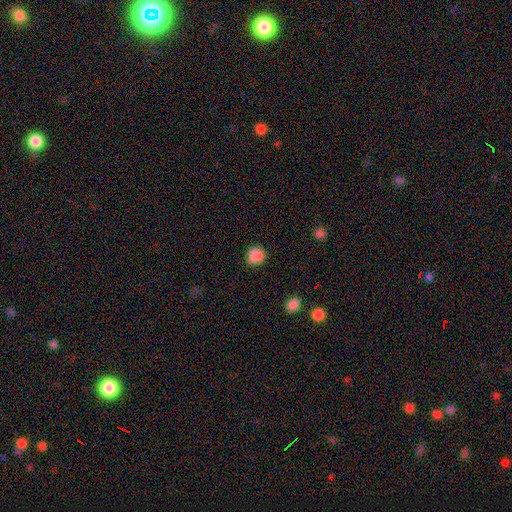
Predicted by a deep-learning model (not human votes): Overall: smooth (87%). How rounded: round (84%). Merging: none (80%).